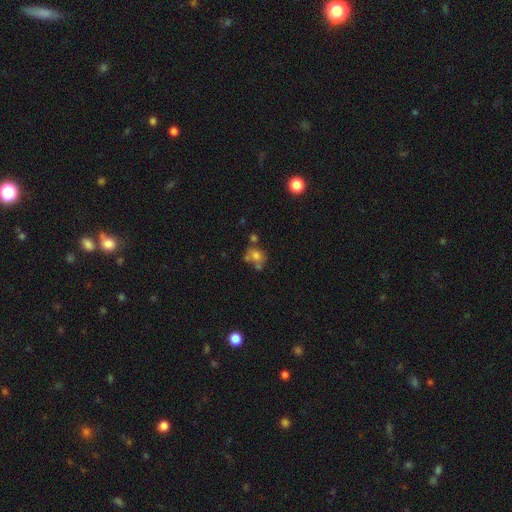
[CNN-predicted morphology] A smooth galaxy with no disk features (62%) that is round (60%).

Vote fractions:
- Smooth or featured? smooth: 62% / featured or disk: 23% / star or artifact: 15%
- How rounded? round: 60% / in between: 38% / cigar-shaped: 1%
- Merging? none: 39% / merger: 33% / minor disturbance: 16% / major disturbance: 12%